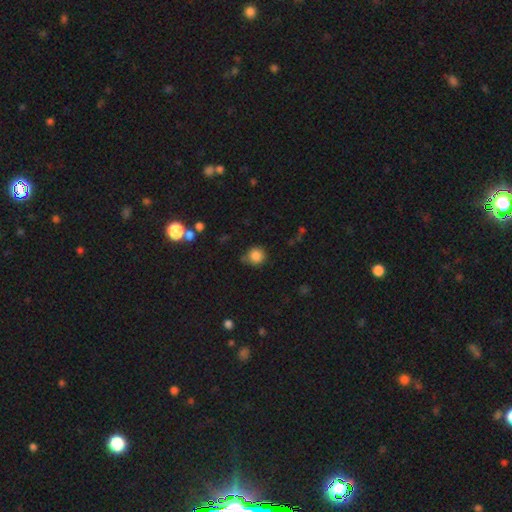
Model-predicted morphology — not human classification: This is clearly a smooth galaxy (84%). How rounded: clearly round (91%). Merging: likely none (74%).